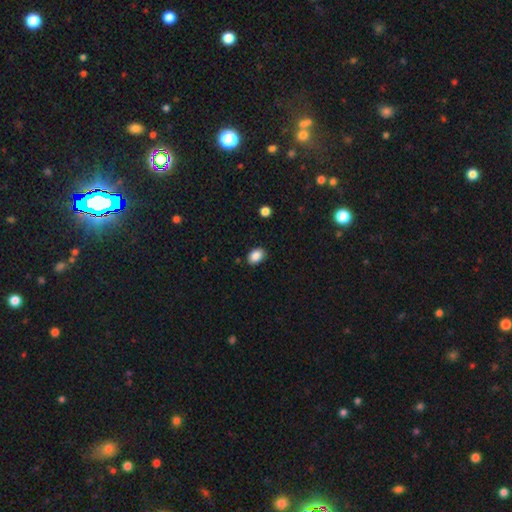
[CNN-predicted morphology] A smooth galaxy with no disk features (88%) that is in between round and cigar-shaped (81%).

Vote fractions:
- Smooth or featured? smooth: 88% / star or artifact: 8% / featured or disk: 4%
- How rounded? in between: 81% / round: 18% / cigar-shaped: 1%
- Merging? none: 85% / minor disturbance: 11% / major disturbance: 2% / merger: 1%